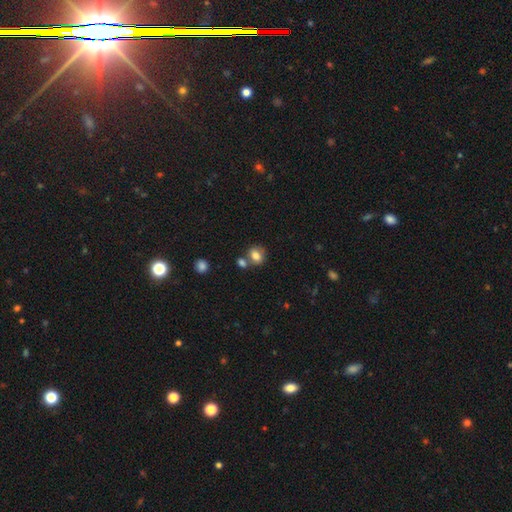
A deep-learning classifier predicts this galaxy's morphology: A smooth galaxy with no disk features (79%) that is round (58%).

Vote fractions:
- Smooth or featured? smooth: 79% / featured or disk: 11% / star or artifact: 10%
- How rounded? round: 58% / in between: 41% / cigar-shaped: 1%
- Merging? none: 56% / merger: 27% / minor disturbance: 13% / major disturbance: 4%